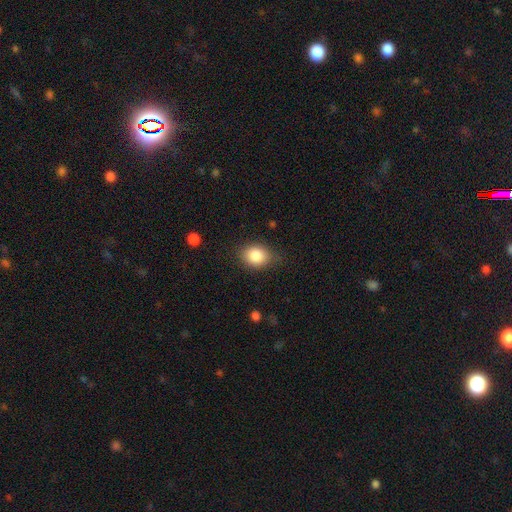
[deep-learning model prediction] Overall: smooth (85%). How rounded: in between (58%; round 41%). Merging: none (77%).